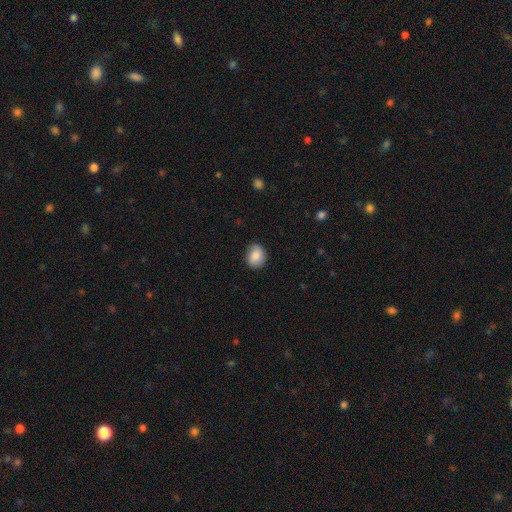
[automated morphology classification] A smooth galaxy with no disk features (85%) that is round (60%). Merging: none (84%).